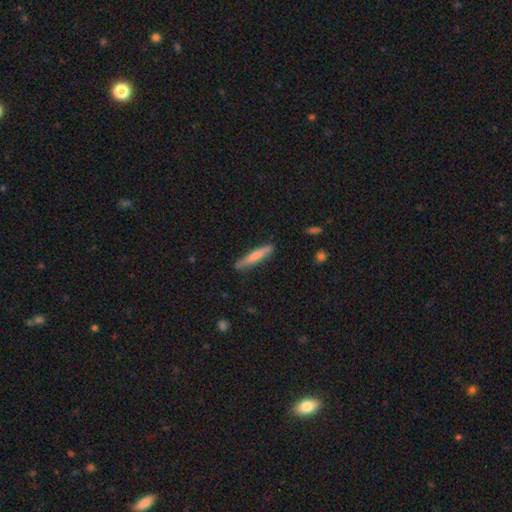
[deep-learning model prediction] The model was most divided on "smooth or featured": smooth: 71%, featured or disk: 23%, star or artifact: 5%. More confident: how rounded — cigar-shaped (93%); merging — none (86%).